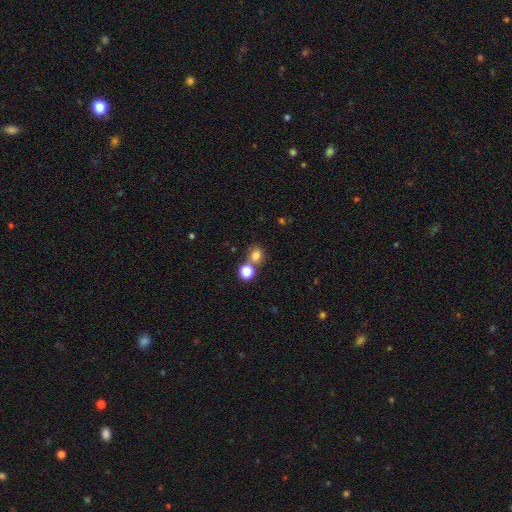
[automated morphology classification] Smooth or featured? Predicted: smooth (p=0.78). How rounded? Predicted: round (p=0.75). Merging? Predicted: none (p=0.57).